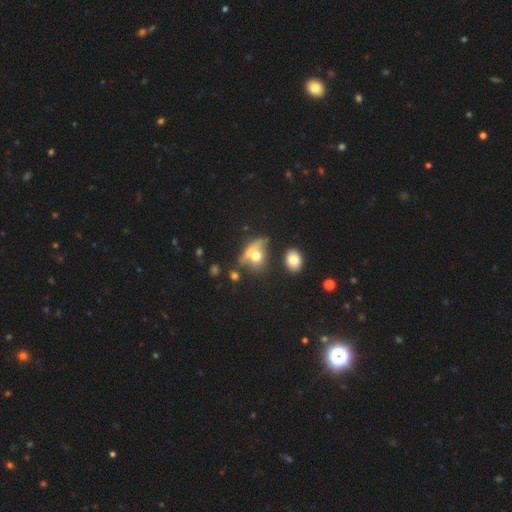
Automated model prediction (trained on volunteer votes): This appears to be a smooth galaxy with no disk features (62%) that is in between round and cigar-shaped (53%). Merging: none (35%).